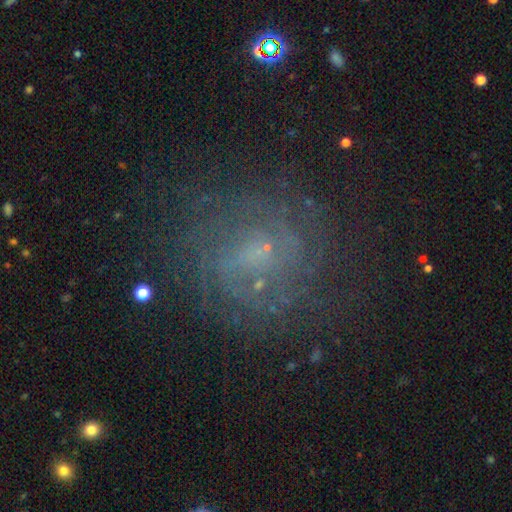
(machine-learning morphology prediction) smooth_or_featured: featured or disk (p=0.56) [alt: smooth p=0.22]
disk_edge_on: no (p=0.96) [alt: yes p=0.04]
bar: no (p=0.46) [alt: weak p=0.43]
has_spiral_arms: yes (p=0.69) [alt: no p=0.31]
bulge_size: small (p=0.58) [alt: none p=0.24]
merging: none (p=0.73) [alt: minor disturbance p=0.15]